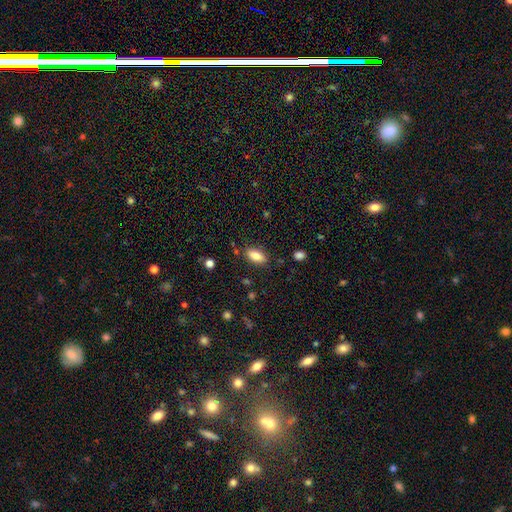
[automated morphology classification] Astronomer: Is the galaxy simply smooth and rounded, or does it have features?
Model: smooth — 84%.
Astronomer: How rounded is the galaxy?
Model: in between — 87%.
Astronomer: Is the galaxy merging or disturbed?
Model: none — 83%.